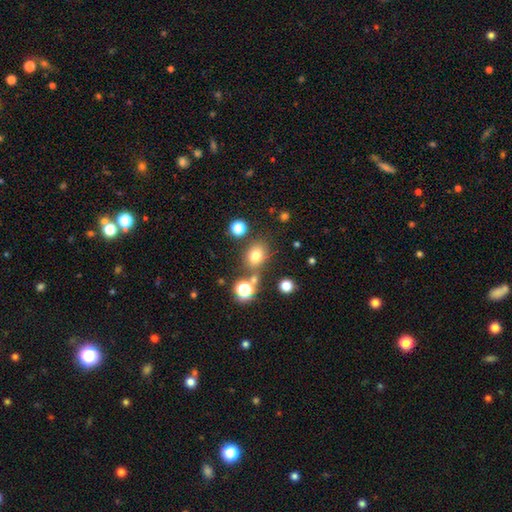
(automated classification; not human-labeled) Smooth or featured?
  - smooth: 73% *
  - star or artifact: 18%
  - featured or disk: 9%
How rounded?
  - round: 52% *
  - in between: 47%
  - cigar-shaped: 1%
Merging?
  - none: 71% *
  - minor disturbance: 12%
  - merger: 12%
  - major disturbance: 5%